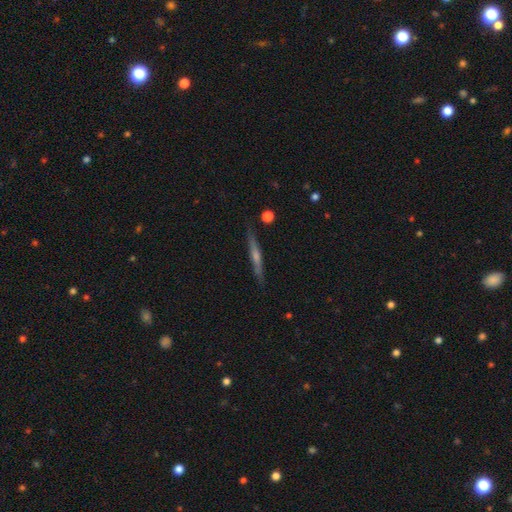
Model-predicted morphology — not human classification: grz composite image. It shows a featured or disk galaxy (64%) viewed edge-on (97%) with a rounded central bulge (59%). Merging: none (88%).